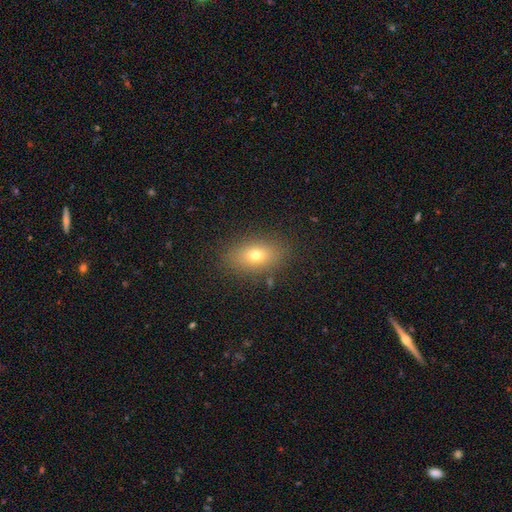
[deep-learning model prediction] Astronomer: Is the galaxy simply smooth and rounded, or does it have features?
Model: smooth — 71%.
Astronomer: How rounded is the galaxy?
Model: in between — 82%.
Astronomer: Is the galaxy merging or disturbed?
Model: none — 86%.